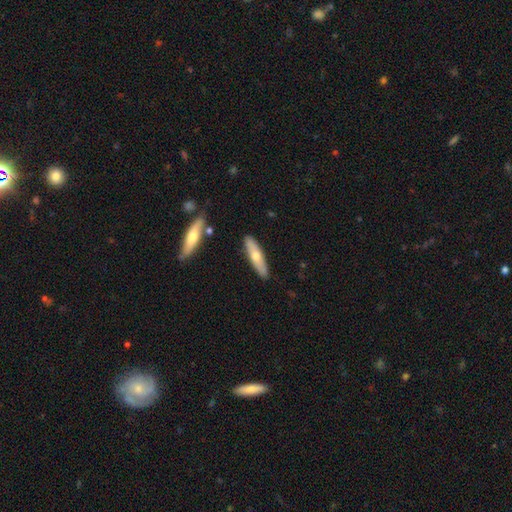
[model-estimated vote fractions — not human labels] smooth 56%, featured or disk 38%, star or artifact 6%. Down the decision tree: how rounded — cigar-shaped (75%); merging — none (86%).